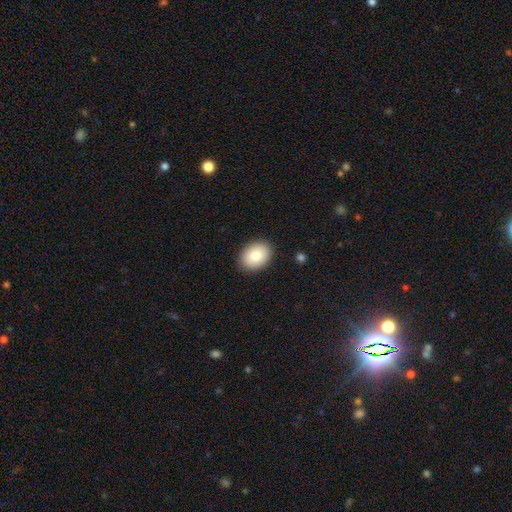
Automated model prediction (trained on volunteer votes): This is clearly a smooth galaxy (83%). How rounded: likely in between (62%). Merging: clearly none (89%).